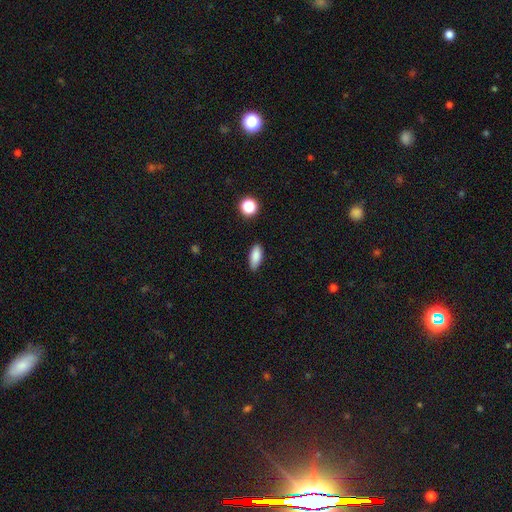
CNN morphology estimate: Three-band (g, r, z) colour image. It shows a smooth galaxy with no disk features (86%) that is in between round and cigar-shaped (80%). Merging: none (82%).